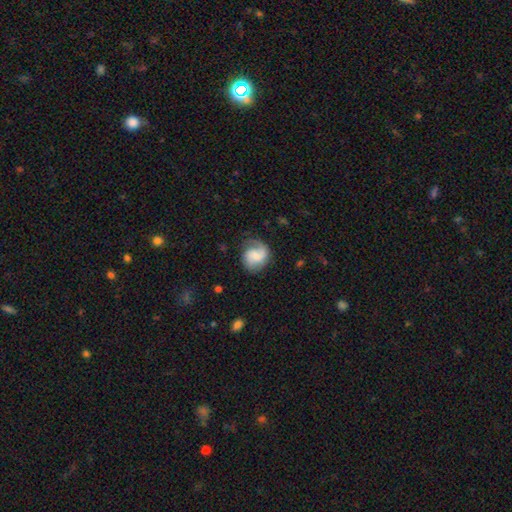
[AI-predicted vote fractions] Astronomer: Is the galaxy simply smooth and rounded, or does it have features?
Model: featured or disk — 57% (runner-up: smooth, 35%).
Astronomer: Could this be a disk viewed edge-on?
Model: no — 98%.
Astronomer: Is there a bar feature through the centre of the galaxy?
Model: no — 45% (runner-up: weak, 44%).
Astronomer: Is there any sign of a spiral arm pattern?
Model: yes — 91%.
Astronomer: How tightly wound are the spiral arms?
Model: medium — 41% (runner-up: loose, 33%).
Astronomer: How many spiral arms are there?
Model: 2 — 62%.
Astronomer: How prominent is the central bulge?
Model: small — 31% (runner-up: none, 28%).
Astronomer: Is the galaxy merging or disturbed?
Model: none — 61%.